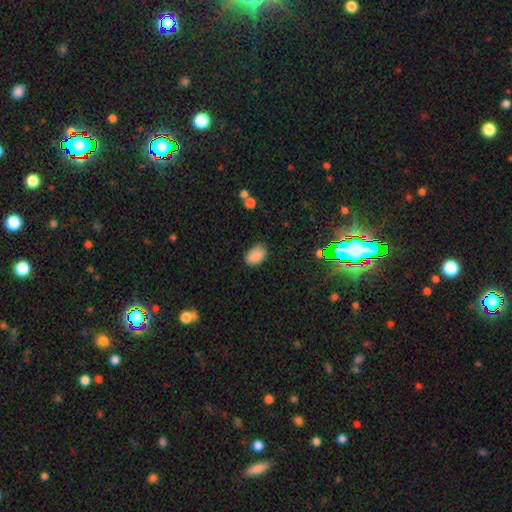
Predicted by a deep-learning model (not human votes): A smooth galaxy with no disk features (86%) that is in between round and cigar-shaped (87%).

Vote fractions:
- Smooth or featured? smooth: 86% / star or artifact: 10% / featured or disk: 4%
- How rounded? in between: 87% / round: 11% / cigar-shaped: 1%
- Merging? none: 83% / minor disturbance: 13% / major disturbance: 3% / merger: 1%